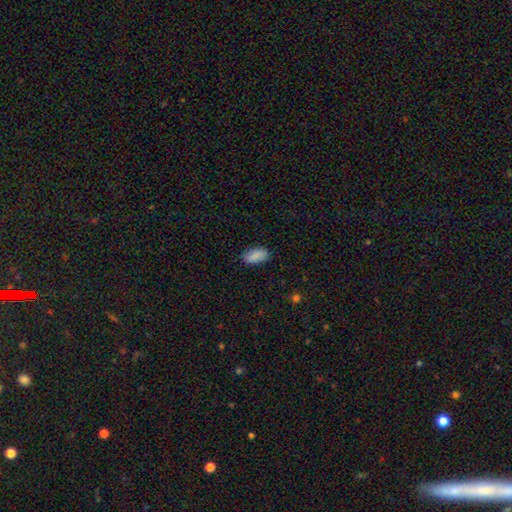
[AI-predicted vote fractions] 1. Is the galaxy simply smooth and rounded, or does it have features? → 88% smooth, 7% star or artifact, 4% featured or disk.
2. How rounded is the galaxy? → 92% in between, 4% cigar-shaped, 3% round.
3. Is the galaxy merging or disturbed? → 84% none, 13% minor disturbance, 3% major disturbance, 1% merger.